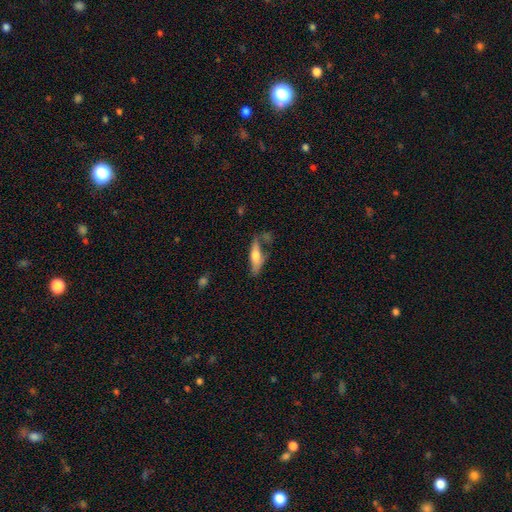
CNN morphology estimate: smooth_or_featured: smooth (p=0.53) [alt: featured or disk p=0.40]
how_rounded: cigar-shaped (p=0.61) [alt: in between p=0.36]
merging: none (p=0.53) [alt: minor disturbance p=0.23]